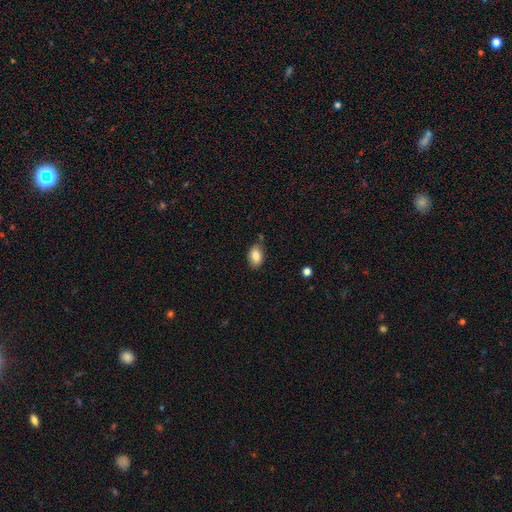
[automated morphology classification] Smooth or featured?
  - smooth: 86% *
  - star or artifact: 8%
  - featured or disk: 7%
How rounded?
  - in between: 87% *
  - round: 12%
  - cigar-shaped: 1%
Merging?
  - none: 74% *
  - minor disturbance: 18%
  - merger: 4%
  - major disturbance: 3%